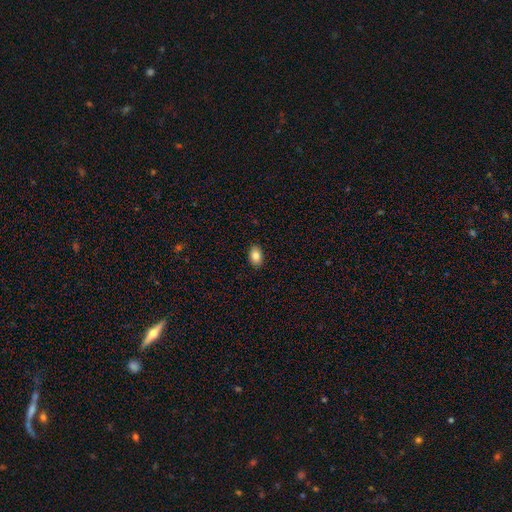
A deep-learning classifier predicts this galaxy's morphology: type=smooth (84%); roundness=in between (86%); merging=none (89%).